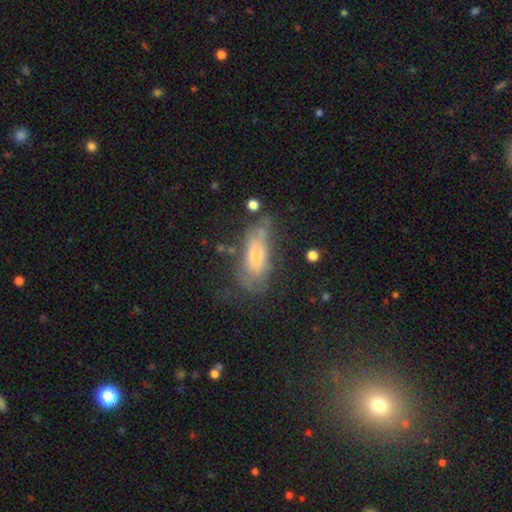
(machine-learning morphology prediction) A smooth galaxy with no disk features (55%) that is in between round and cigar-shaped (76%).

Vote fractions:
- Smooth or featured? smooth: 55% / featured or disk: 36% / star or artifact: 8%
- How rounded? in between: 76% / cigar-shaped: 21% / round: 3%
- Merging? none: 38% / minor disturbance: 30% / major disturbance: 25% / merger: 6%